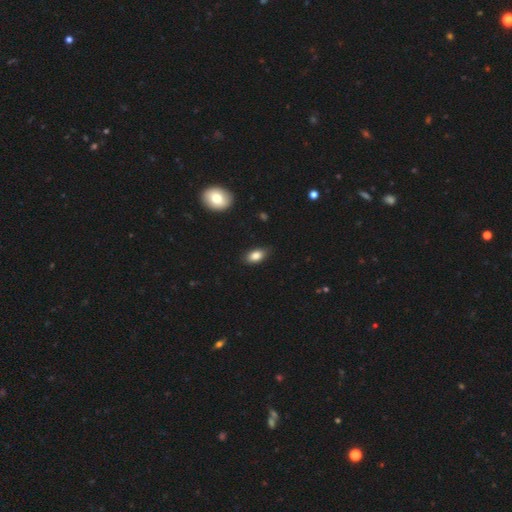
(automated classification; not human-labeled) Smooth or featured? smooth (83%)
How rounded? in between (88%)
Merging? none (83%)